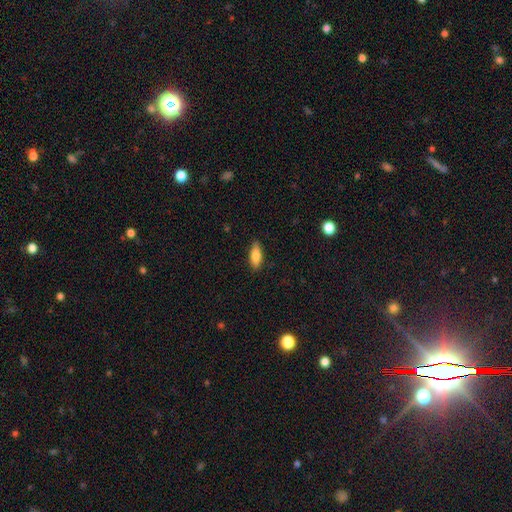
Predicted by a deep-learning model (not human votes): This appears to be a smooth galaxy with no disk features (83%) that is in between round and cigar-shaped (70%). Merging: none (87%).